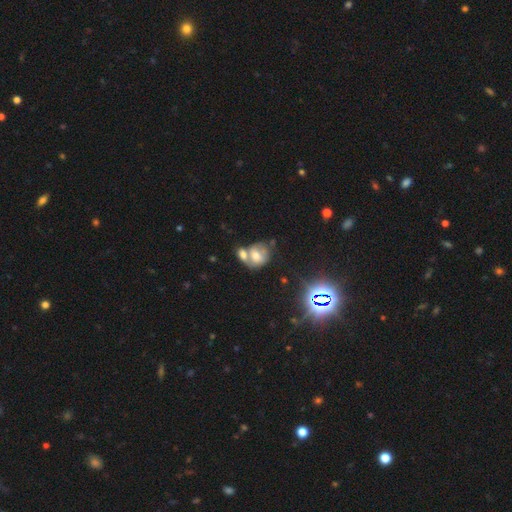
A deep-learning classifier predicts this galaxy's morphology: Smooth or featured? Predicted: smooth (p=0.50). How rounded? Predicted: round (p=0.57). Merging? Predicted: merger (p=0.59).